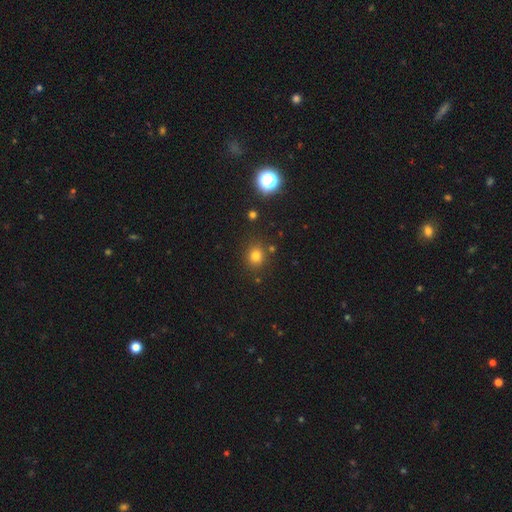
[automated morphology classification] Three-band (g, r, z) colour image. It shows a smooth galaxy with no disk features (75%) that is round (79%). Merging: none (82%).